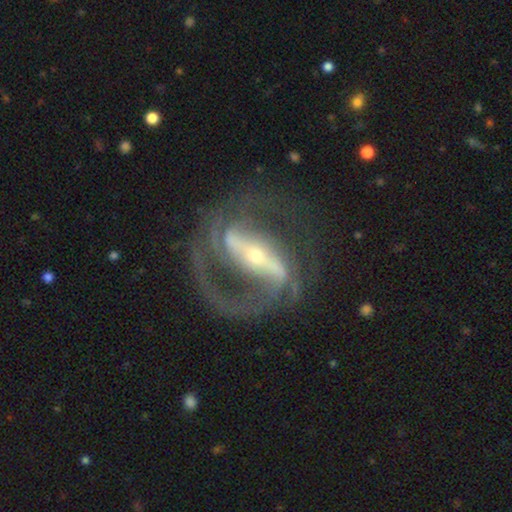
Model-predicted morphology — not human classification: Smooth or featured: featured or disk — 90% (star or artifact — 5%)
Edge-on disk: no — 93% (yes — 7%)
Bar: strong — 73% (weak — 17%)
Spiral arms: yes — 93% (no — 7%)
Spiral winding: medium — 52% (tight — 24%)
Spiral arm count: 2 — 78% (1 — 7%)
Bulge size: small — 68% (moderate — 26%)
Merging: none — 62% (major disturbance — 21%)